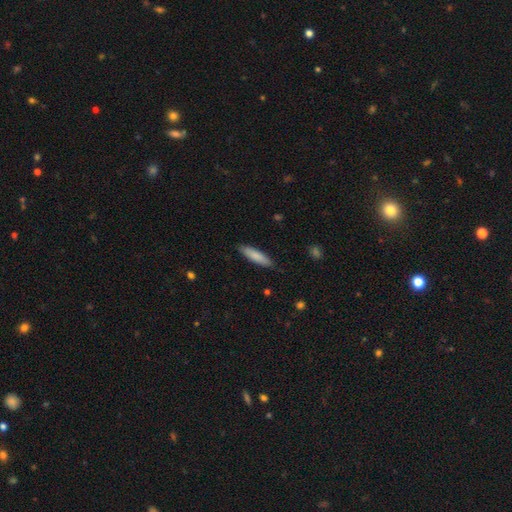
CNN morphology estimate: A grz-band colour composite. It shows a smooth galaxy with no disk features (84%) that is cigar-shaped (69%). Merging: none (86%).